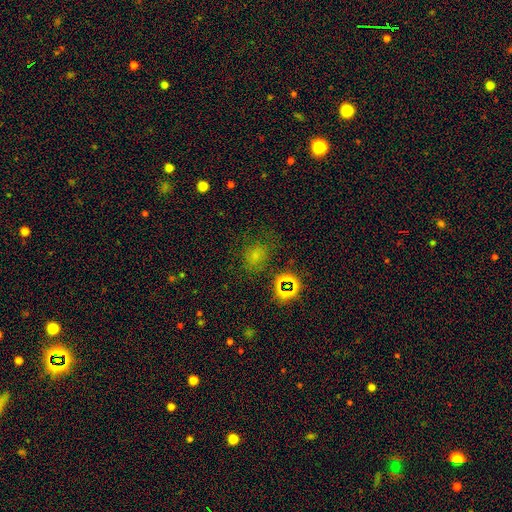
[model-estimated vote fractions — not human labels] This is likely a smooth galaxy (61%). How rounded: likely round (60%). Merging: likely none (70%).